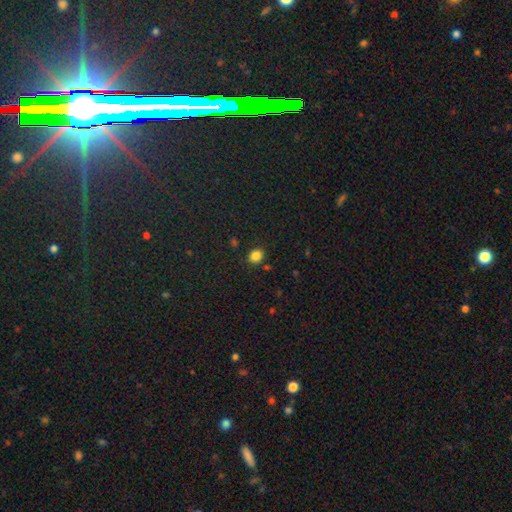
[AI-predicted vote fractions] The model was most divided on "how rounded": round: 60%, in between: 39%, cigar-shaped: 1%. More confident: merging — none (84%); smooth or featured — smooth (84%).